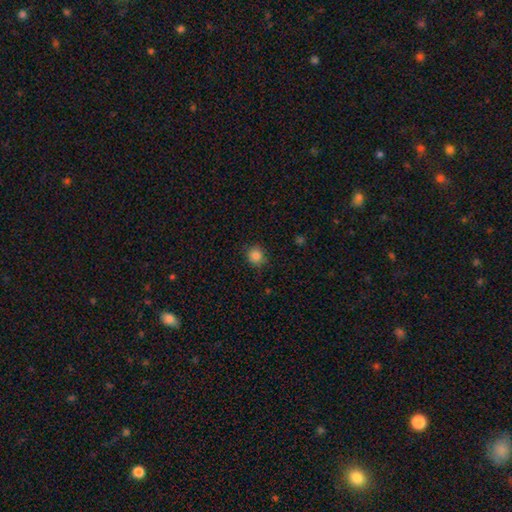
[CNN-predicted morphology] type=smooth (85%); roundness=round (89%); merging=none (84%).